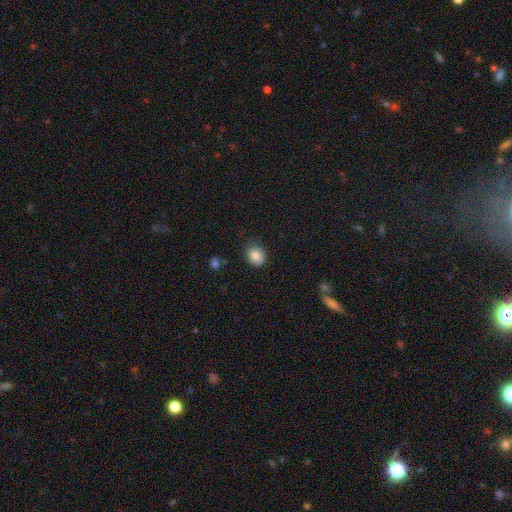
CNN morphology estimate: A smooth galaxy with no disk features (86%) that is round (71%).

Vote fractions:
- Smooth or featured? smooth: 86% / star or artifact: 9% / featured or disk: 5%
- How rounded? round: 71% / in between: 28% / cigar-shaped: 1%
- Merging? none: 80% / minor disturbance: 16% / major disturbance: 3% / merger: 2%